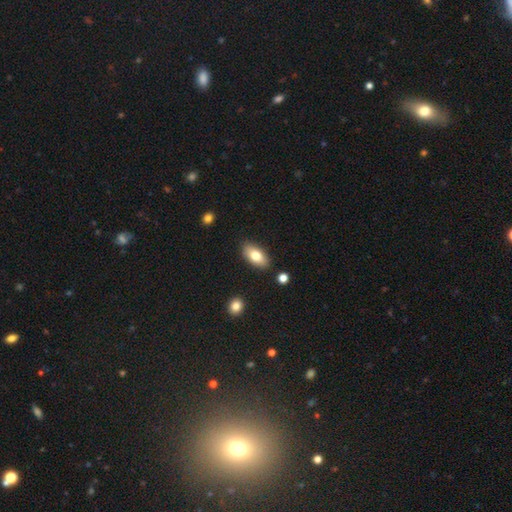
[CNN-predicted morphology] Overall: smooth (77%). How rounded: in between (90%). Merging: none (87%).